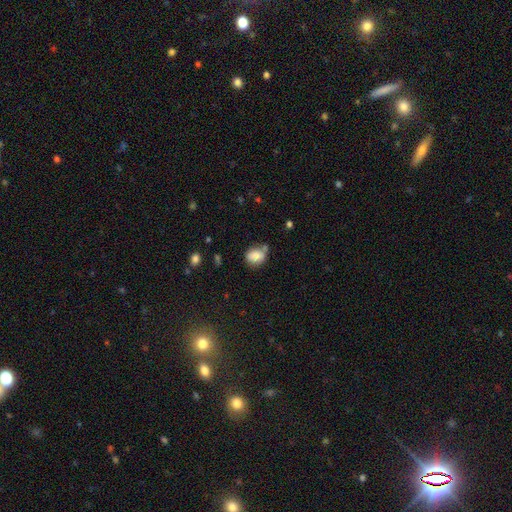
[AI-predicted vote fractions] Smooth or featured? Predicted: smooth (p=0.82). How rounded? Predicted: in between (p=0.51). Merging? Predicted: none (p=0.54).